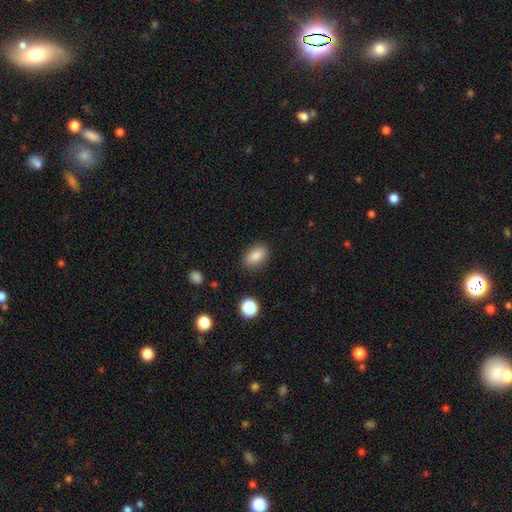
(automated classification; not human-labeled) Morphology: type=smooth (84%); roundness=in between (87%); merging=none (86%).